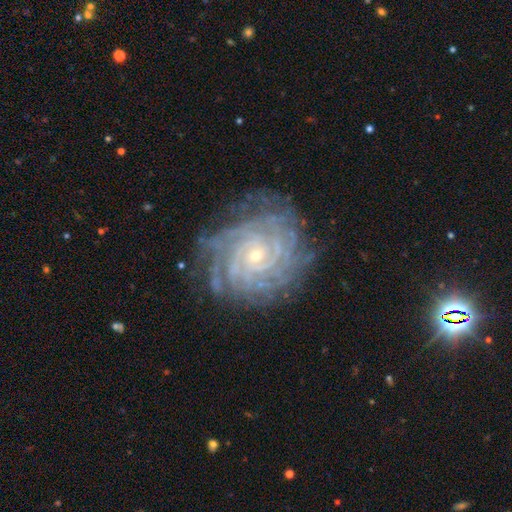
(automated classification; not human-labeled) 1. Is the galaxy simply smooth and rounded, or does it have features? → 90% featured or disk, 6% star or artifact, 4% smooth.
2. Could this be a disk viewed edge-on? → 97% no, 3% yes.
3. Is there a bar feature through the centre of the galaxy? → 71% no, 21% weak, 8% strong.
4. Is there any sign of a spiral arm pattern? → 98% yes, 2% no.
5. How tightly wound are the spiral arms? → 84% tight, 13% medium, 2% loose.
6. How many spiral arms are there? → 31% more than 4, 21% can't tell, 21% 4, 10% 3, 9% 2, 7% 1.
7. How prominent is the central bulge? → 78% small, 19% moderate, 1% none, 1% large, 1% dominant.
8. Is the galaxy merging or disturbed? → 78% none, 15% minor disturbance, 6% major disturbance, 1% merger.